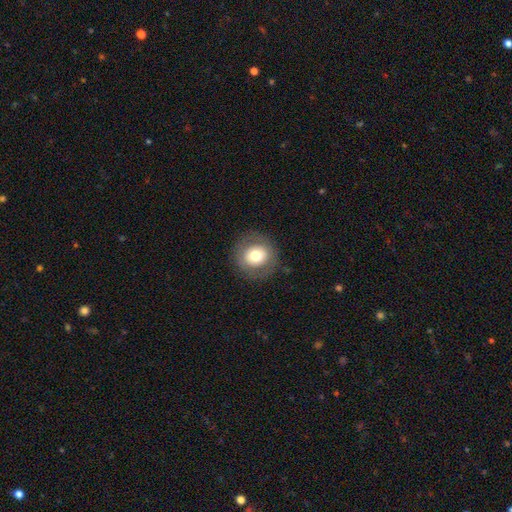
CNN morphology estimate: Smooth or featured? smooth (69%)
How rounded? round (89%)
Merging? none (85%)